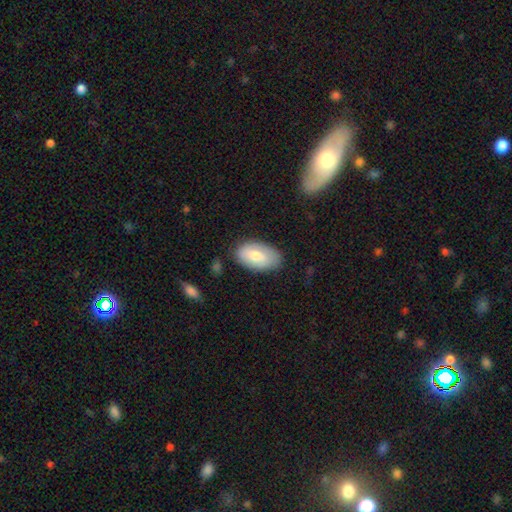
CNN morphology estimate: smooth-or-featured: smooth: 68% | featured or disk: 26% | star or artifact: 6%
  how-rounded: in between: 94% | round: 4% | cigar-shaped: 2%
  merging: none: 79% | minor disturbance: 16% | major disturbance: 3% | merger: 2%